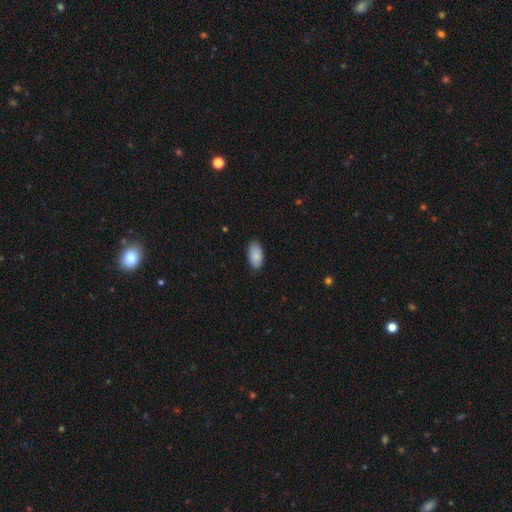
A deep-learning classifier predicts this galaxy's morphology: smooth 87%, featured or disk 7%, star or artifact 6%. Down the decision tree: how rounded — in between (95%); merging — none (82%).